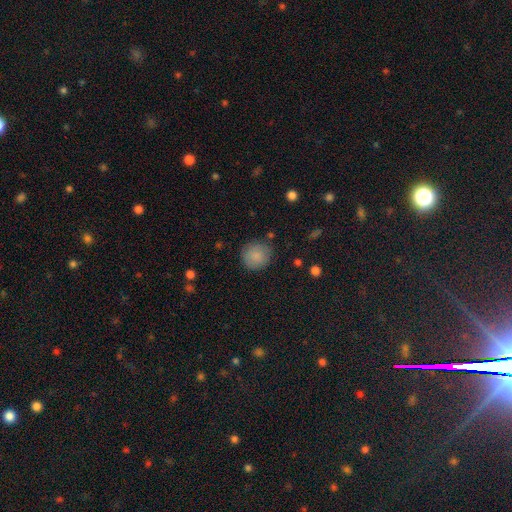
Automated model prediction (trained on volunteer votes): This is clearly a smooth galaxy (86%). How rounded: clearly round (91%). Merging: clearly none (83%).